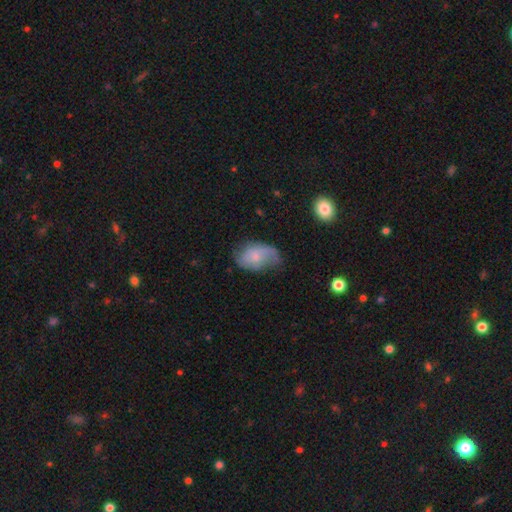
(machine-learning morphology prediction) Q: Smooth or featured?
A: smooth (53%); runner-up: featured or disk (39%)
Q: How rounded?
A: in between (87%); runner-up: round (11%)
Q: Merging?
A: none (43%); runner-up: minor disturbance (36%)